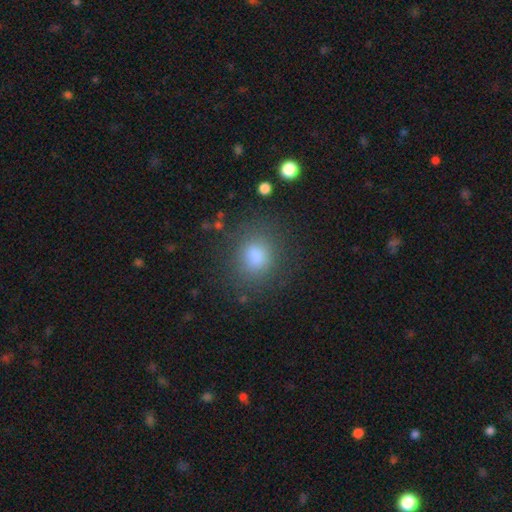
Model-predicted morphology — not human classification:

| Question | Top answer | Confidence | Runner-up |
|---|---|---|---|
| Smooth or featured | smooth | 82% | star or artifact (12%) |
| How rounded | round | 66% | in between (32%) |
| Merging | none | 81% | minor disturbance (12%) |